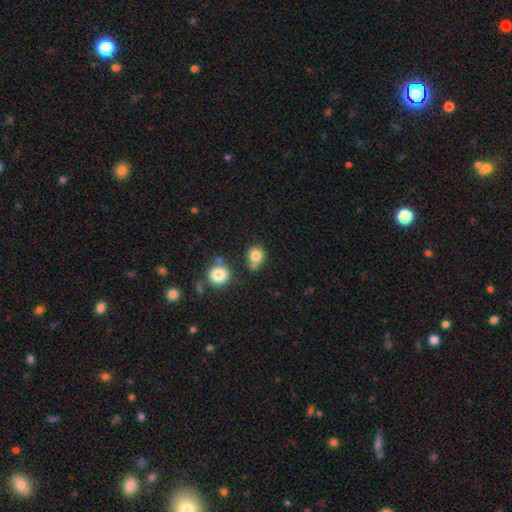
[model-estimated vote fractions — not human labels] Smooth or featured: smooth — 81% (star or artifact — 11%)
How rounded: round — 76% (in between — 23%)
Merging: none — 55% (minor disturbance — 19%)